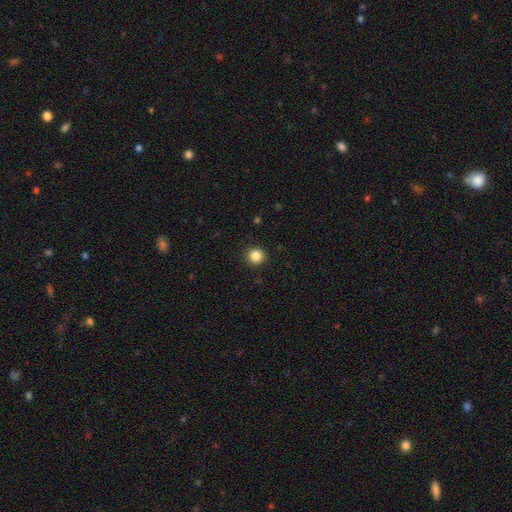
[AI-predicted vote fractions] smooth 86%, star or artifact 11%, featured or disk 3%. Down the decision tree: how rounded — round (93%); merging — none (92%).